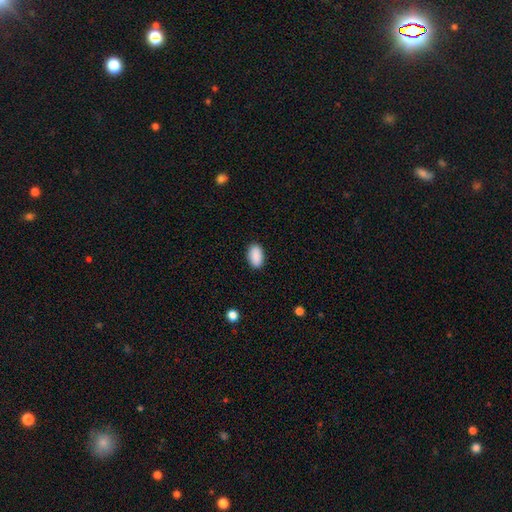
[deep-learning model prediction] smooth 90%, star or artifact 7%, featured or disk 3%. Down the decision tree: how rounded — in between (93%); merging — none (88%).